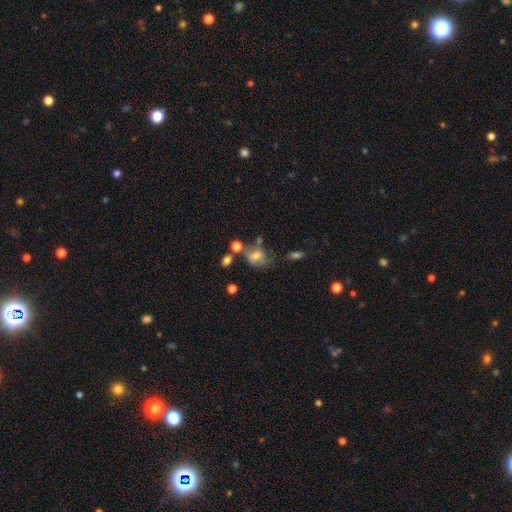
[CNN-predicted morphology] This appears to be a smooth galaxy with no disk features (60%) that is in between round and cigar-shaped (53%). Merging: none (41%).